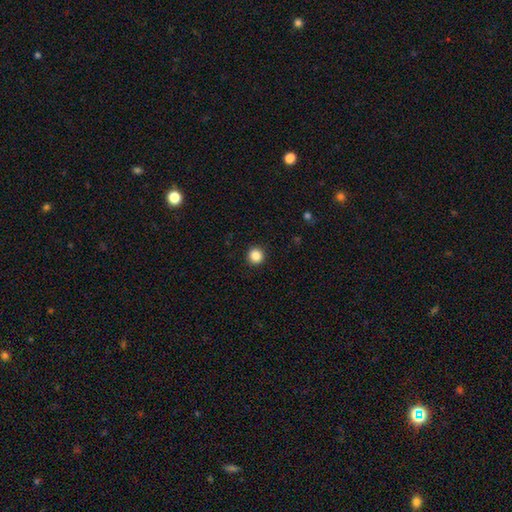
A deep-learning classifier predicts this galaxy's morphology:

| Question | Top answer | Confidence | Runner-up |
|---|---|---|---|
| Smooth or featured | smooth | 87% | star or artifact (10%) |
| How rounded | round | 95% | in between (4%) |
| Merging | none | 93% | minor disturbance (4%) |